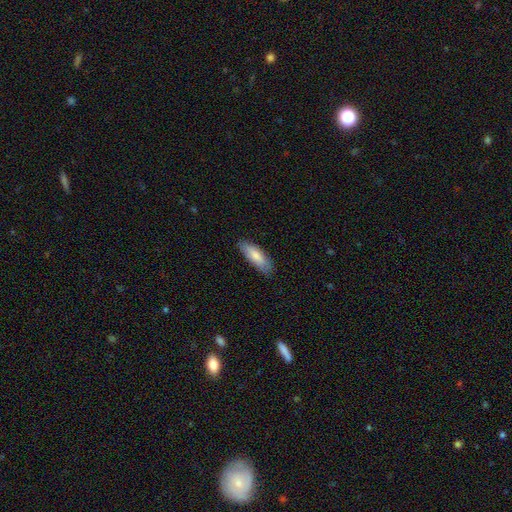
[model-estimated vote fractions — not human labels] This is clearly a smooth galaxy (81%). How rounded: possibly in between (58%). Merging: clearly none (84%).